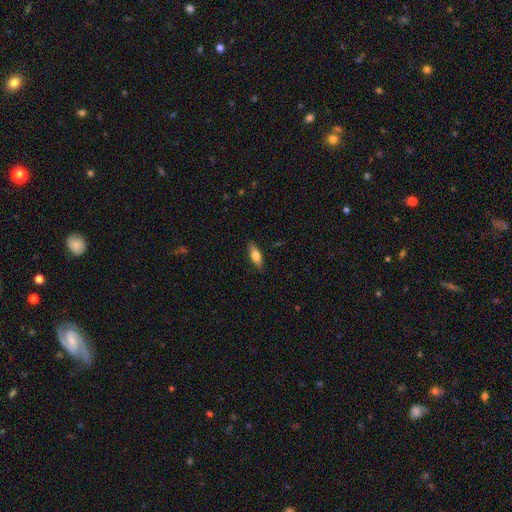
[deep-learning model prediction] Overall: smooth (65%; featured or disk 28%). How rounded: in between (63%; cigar-shaped 34%). Merging: none (86%).